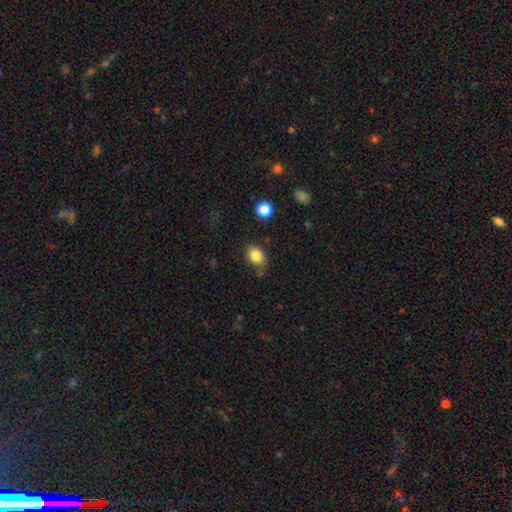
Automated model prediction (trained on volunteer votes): A smooth galaxy with no disk features (83%) that is in between round and cigar-shaped (65%). Merging: none (74%).